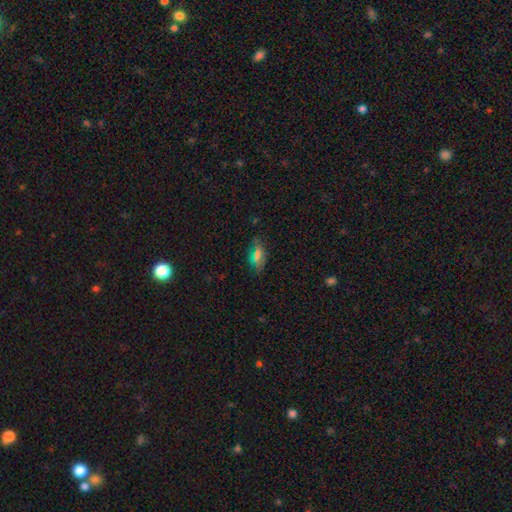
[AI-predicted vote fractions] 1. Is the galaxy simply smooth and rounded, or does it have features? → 60% smooth, 26% star or artifact, 14% featured or disk.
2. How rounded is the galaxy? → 86% in between, 8% cigar-shaped, 6% round.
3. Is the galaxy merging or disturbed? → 79% none, 15% minor disturbance, 4% major disturbance, 2% merger.